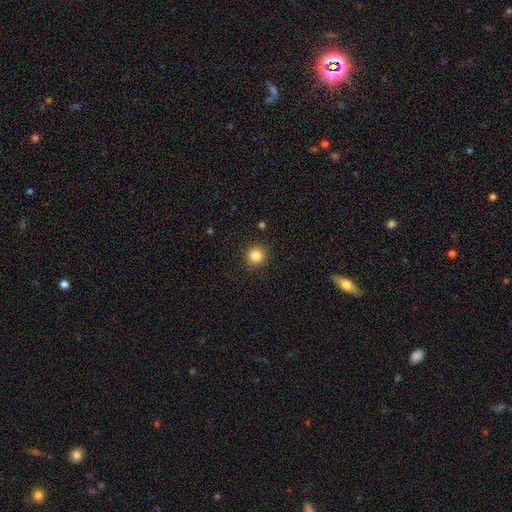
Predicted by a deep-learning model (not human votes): smooth-or-featured: smooth: 84% | star or artifact: 11% | featured or disk: 5%
  how-rounded: round: 94% | in between: 5% | cigar-shaped: 1%
  merging: none: 92% | minor disturbance: 5% | major disturbance: 2% | merger: 1%